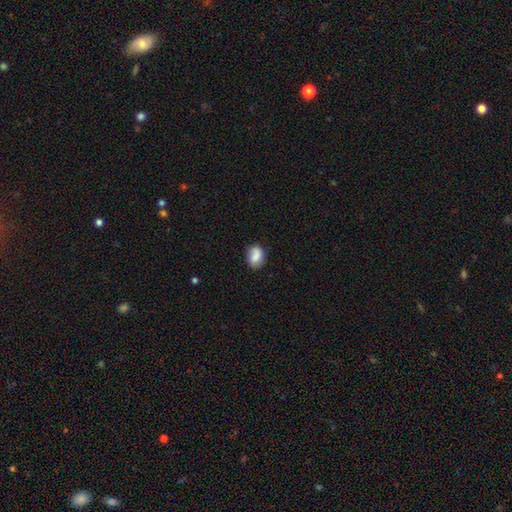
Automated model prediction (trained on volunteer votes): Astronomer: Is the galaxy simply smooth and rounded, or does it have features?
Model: smooth — 84%.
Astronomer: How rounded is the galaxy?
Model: in between — 70%.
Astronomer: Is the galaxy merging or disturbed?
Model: none — 76%.